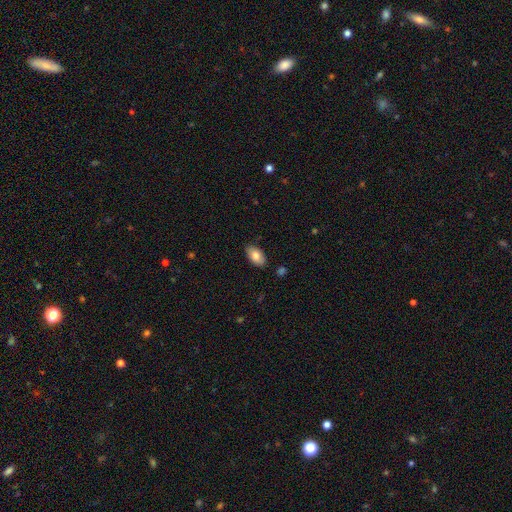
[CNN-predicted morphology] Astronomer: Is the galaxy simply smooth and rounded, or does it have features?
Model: smooth — 80%.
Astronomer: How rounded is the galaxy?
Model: in between — 94%.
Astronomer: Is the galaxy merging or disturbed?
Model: none — 87%.